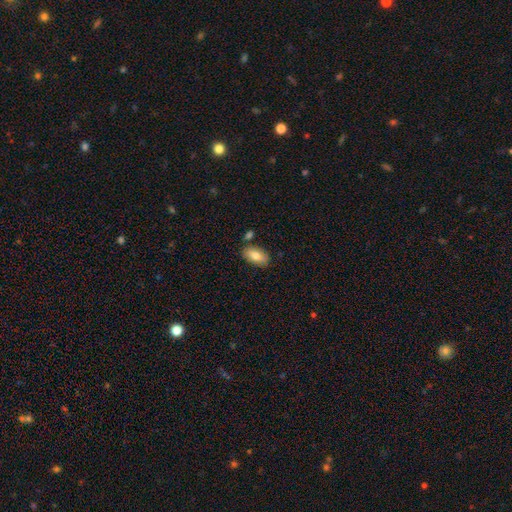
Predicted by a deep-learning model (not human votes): smooth_or_featured: smooth (p=0.78) [alt: featured or disk p=0.15]
how_rounded: in between (p=0.93) [alt: round p=0.04]
merging: none (p=0.80) [alt: minor disturbance p=0.12]